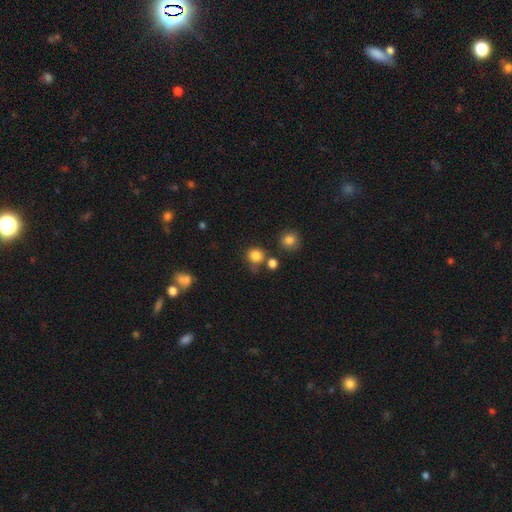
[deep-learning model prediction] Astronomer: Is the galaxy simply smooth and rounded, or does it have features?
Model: smooth — 83%.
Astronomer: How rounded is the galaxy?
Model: round — 86%.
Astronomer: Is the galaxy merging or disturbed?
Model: none — 67%.